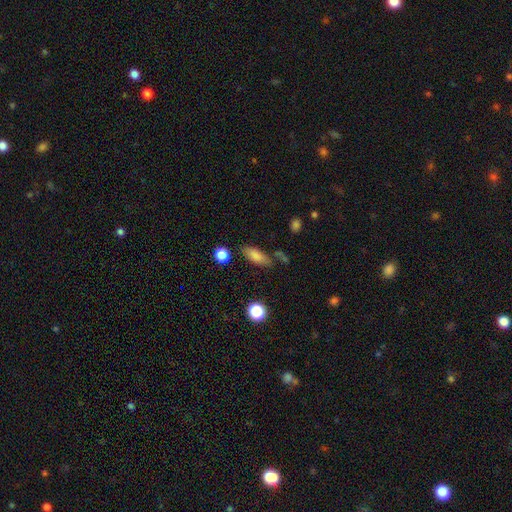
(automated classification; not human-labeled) Q: Smooth or featured?
A: smooth (80%); runner-up: featured or disk (11%)
Q: How rounded?
A: in between (75%); runner-up: cigar-shaped (21%)
Q: Merging?
A: none (70%); runner-up: minor disturbance (18%)